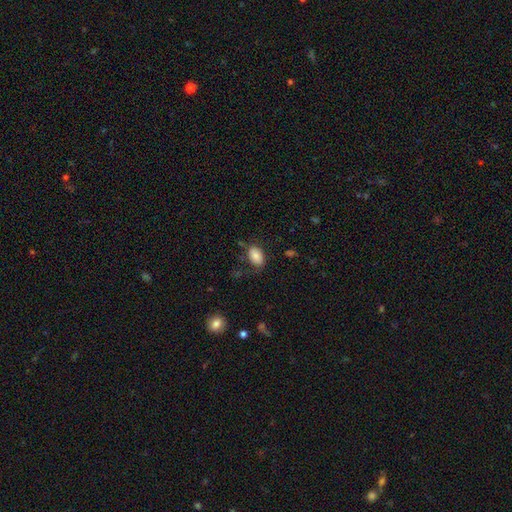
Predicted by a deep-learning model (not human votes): This is clearly a smooth galaxy (83%). How rounded: clearly in between (88%). Merging: likely none (71%).